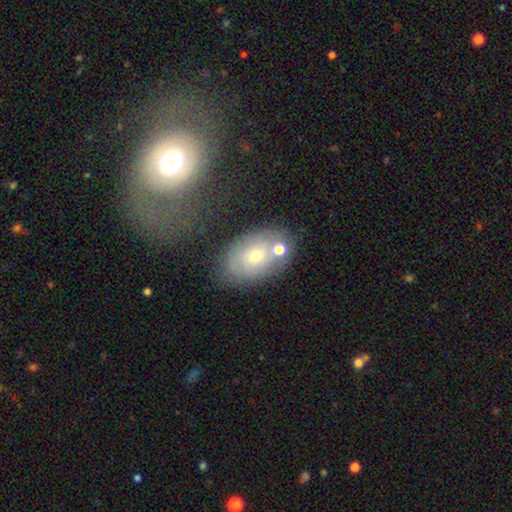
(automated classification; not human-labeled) The model was most divided on "smooth or featured": smooth: 59%, featured or disk: 31%, star or artifact: 10%. More confident: how rounded — in between (87%); merging — none (61%).